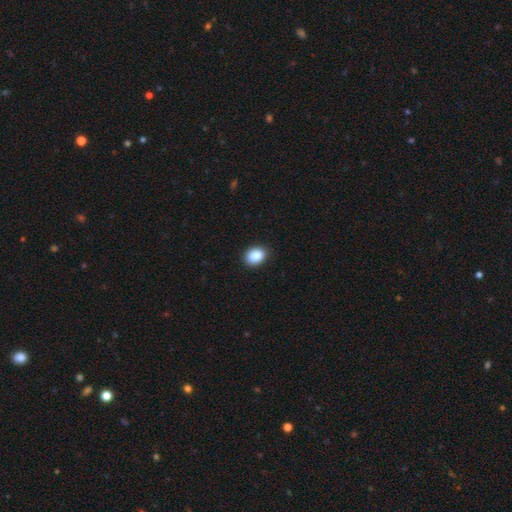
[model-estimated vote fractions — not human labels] smooth_or_featured: smooth (p=0.89) [alt: star or artifact p=0.08]
how_rounded: in between (p=0.67) [alt: round p=0.32]
merging: none (p=0.89) [alt: minor disturbance p=0.09]